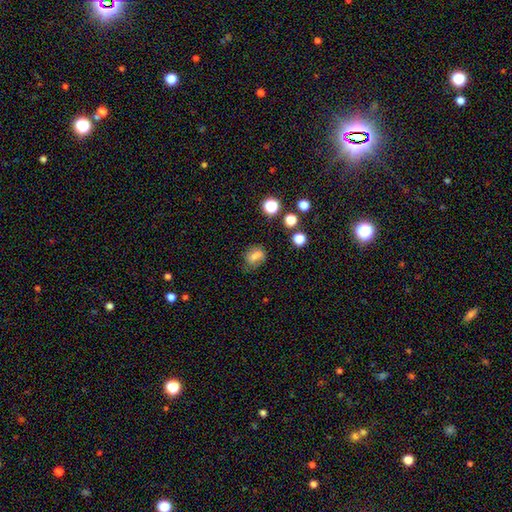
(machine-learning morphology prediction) Smooth or featured: smooth — 65% (featured or disk — 19%)
How rounded: in between — 49% (tied with round — 49%)
Merging: none — 46% (merger — 27%)